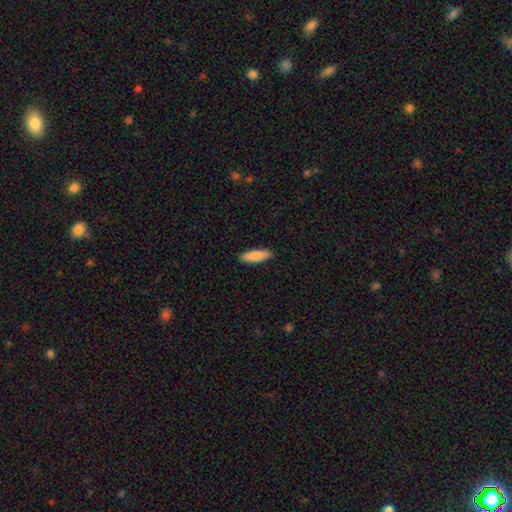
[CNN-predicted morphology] Smooth or featured: smooth — 86% (featured or disk — 8%)
How rounded: cigar-shaped — 58% (in between — 40%)
Merging: none — 90% (minor disturbance — 8%)